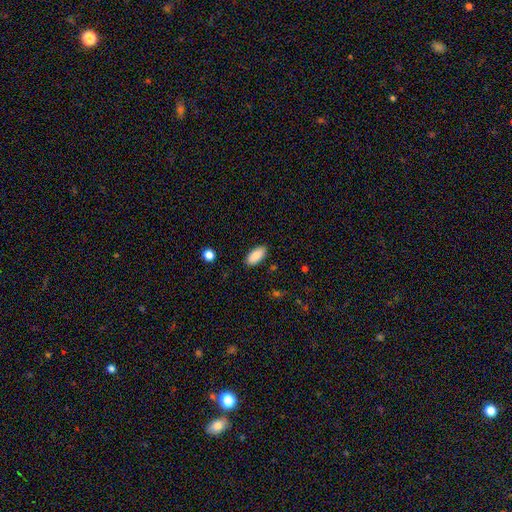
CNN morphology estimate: Smooth or featured? smooth (87%)
How rounded? in between (91%)
Merging? none (87%)